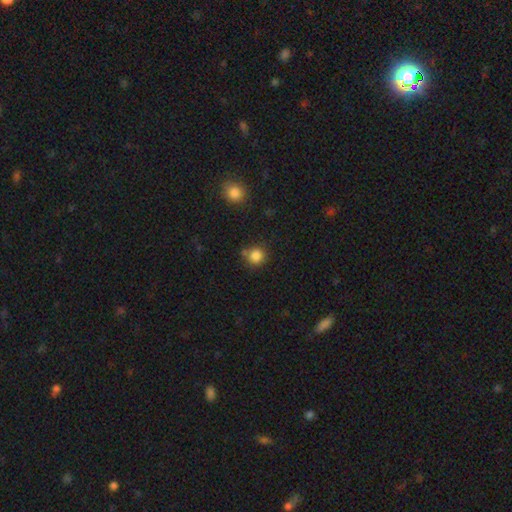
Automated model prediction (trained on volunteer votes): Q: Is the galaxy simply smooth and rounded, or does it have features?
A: smooth — 84%.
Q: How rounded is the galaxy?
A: round — 90%.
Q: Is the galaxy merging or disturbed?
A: none — 72%.